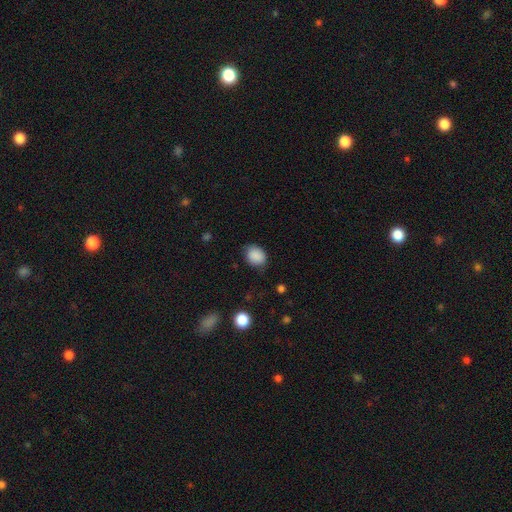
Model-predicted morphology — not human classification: Overall: smooth (88%). How rounded: round (51%; in between 48%). Merging: none (75%).